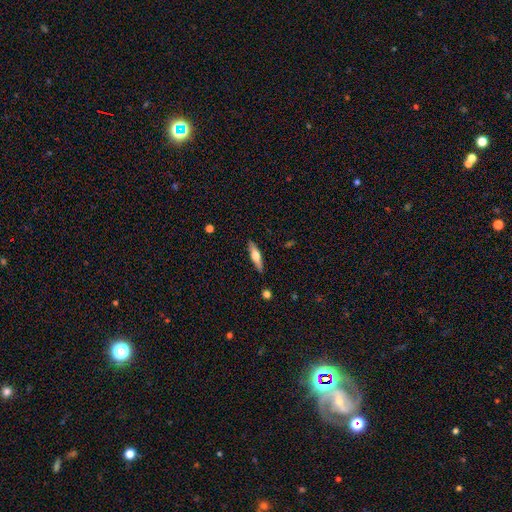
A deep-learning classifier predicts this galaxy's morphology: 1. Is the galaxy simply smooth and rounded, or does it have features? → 48% featured or disk, 47% smooth, 6% star or artifact.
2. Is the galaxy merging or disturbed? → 89% none, 8% minor disturbance, 2% major disturbance, 1% merger.